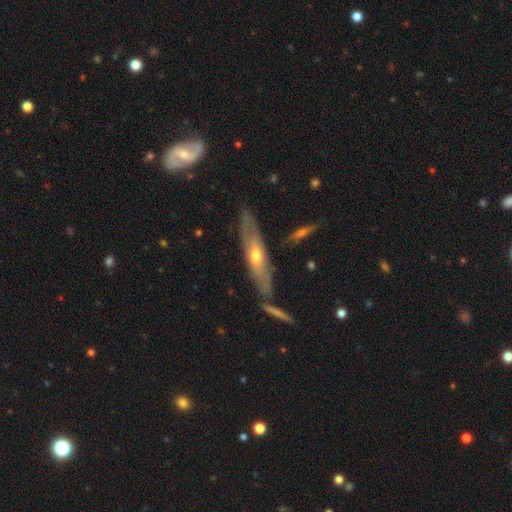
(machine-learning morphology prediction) A featured or disk galaxy (63%) viewed edge-on (62%). Merging: none (75%).